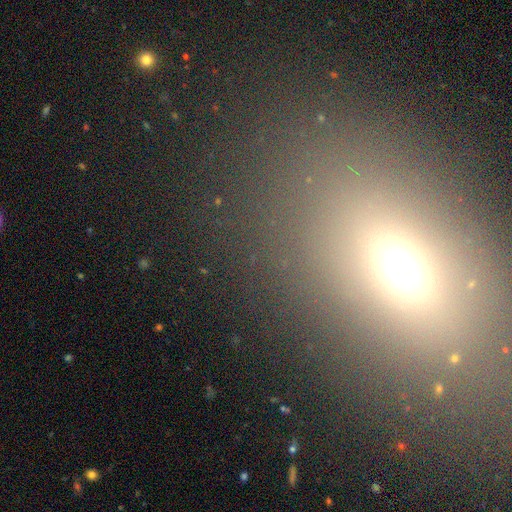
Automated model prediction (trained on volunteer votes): Morphology: type=smooth (48%); merging=none (79%).